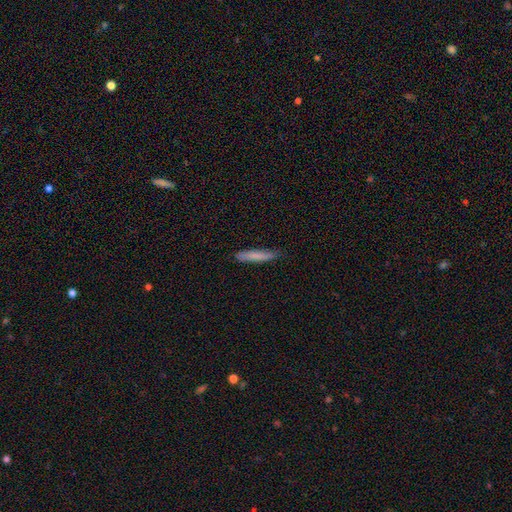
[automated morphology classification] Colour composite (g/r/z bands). It shows a smooth galaxy with no disk features (78%) that is cigar-shaped (91%). Merging: none (81%).